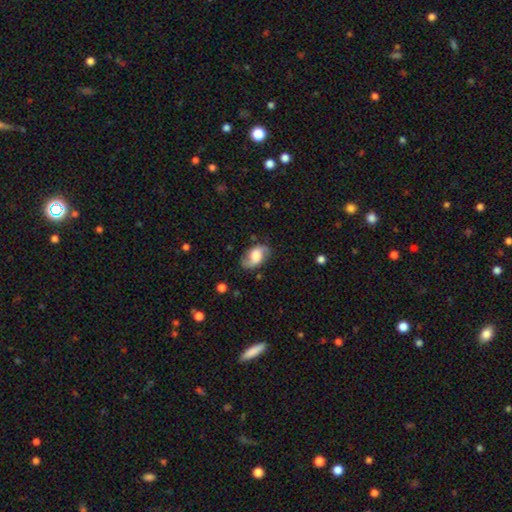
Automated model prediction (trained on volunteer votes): This appears to be a featured or disk galaxy (57%) with no bar (53%), spiral arms (88%) and a large central bulge (48%). Merging: none (74%).